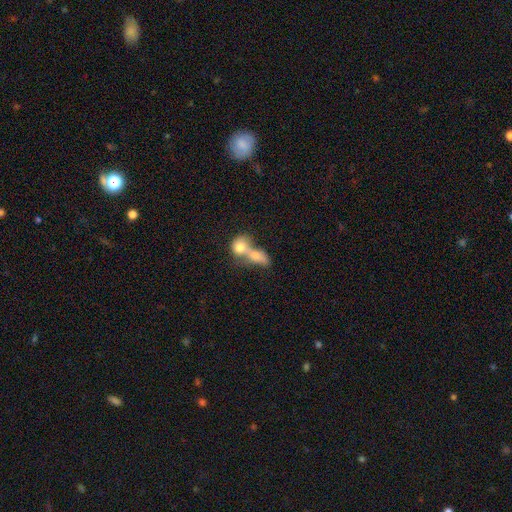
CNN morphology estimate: Smooth or featured? smooth (72%)
How rounded? in between (63%)
Merging? merger (77%)